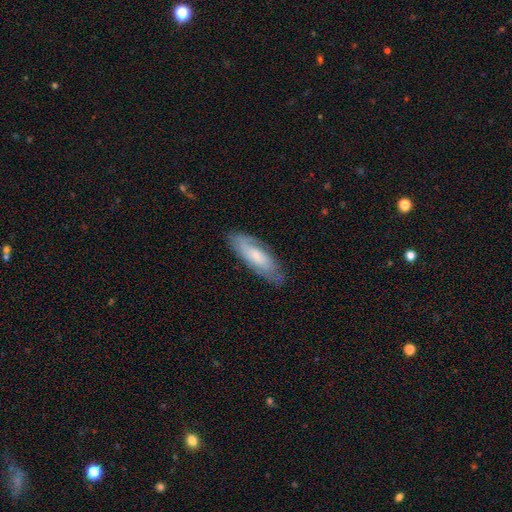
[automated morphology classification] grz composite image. It shows a smooth galaxy with no disk features (47%, tied with featured or disk). Merging: none (75%).